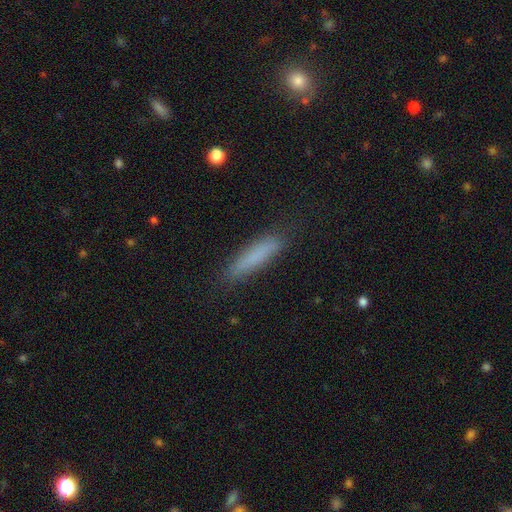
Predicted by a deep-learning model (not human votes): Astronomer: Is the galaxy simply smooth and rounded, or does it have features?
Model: smooth — 80%.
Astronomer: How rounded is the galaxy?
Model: cigar-shaped — 85%.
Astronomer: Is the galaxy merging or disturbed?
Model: none — 86%.